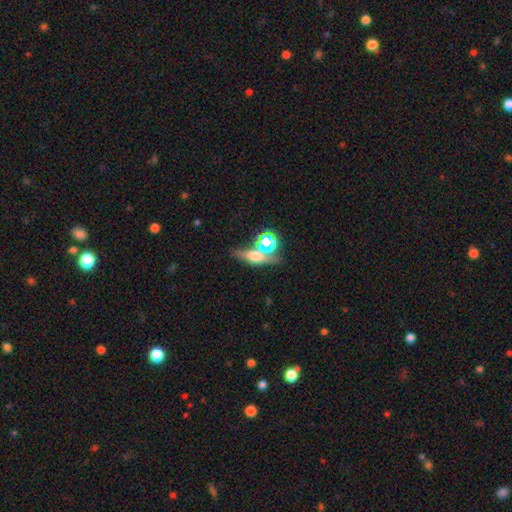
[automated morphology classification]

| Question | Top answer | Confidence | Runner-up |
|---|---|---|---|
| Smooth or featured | smooth | 40% | featured or disk (36%) |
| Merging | none | 63% | merger (19%) |